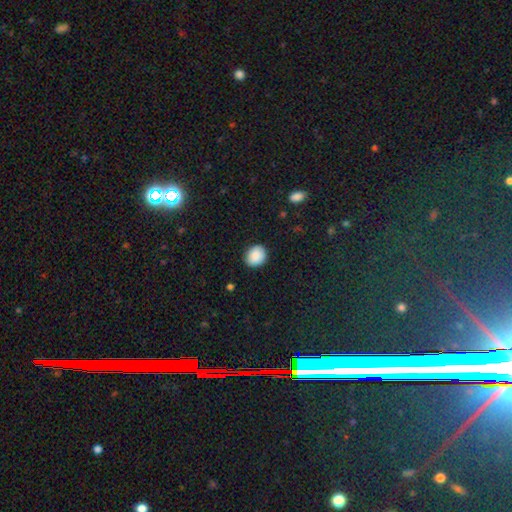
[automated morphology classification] Smooth or featured: smooth — 88% (star or artifact — 8%)
How rounded: round — 70% (in between — 29%)
Merging: none — 88% (minor disturbance — 9%)